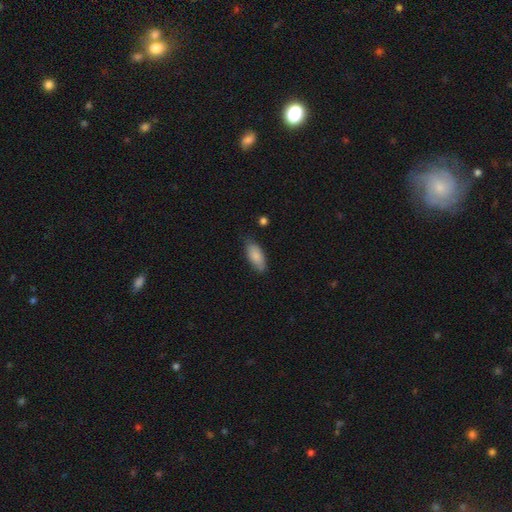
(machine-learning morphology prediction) smooth 85%, featured or disk 9%, star or artifact 6%. Down the decision tree: how rounded — in between (85%); merging — none (75%).